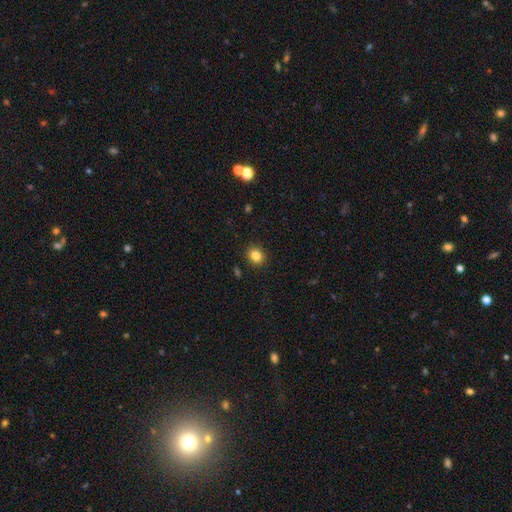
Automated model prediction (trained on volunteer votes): Smooth or featured? Predicted: smooth (p=0.84). How rounded? Predicted: round (p=0.63). Merging? Predicted: none (p=0.90).